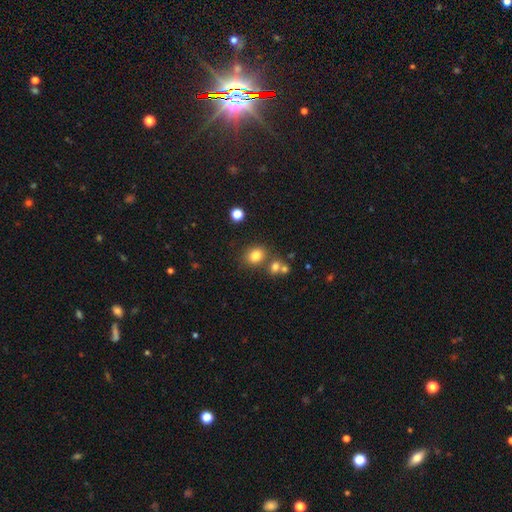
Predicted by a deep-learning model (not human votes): A smooth galaxy with no disk features (80%) that is round (56%). Merging: none (67%).